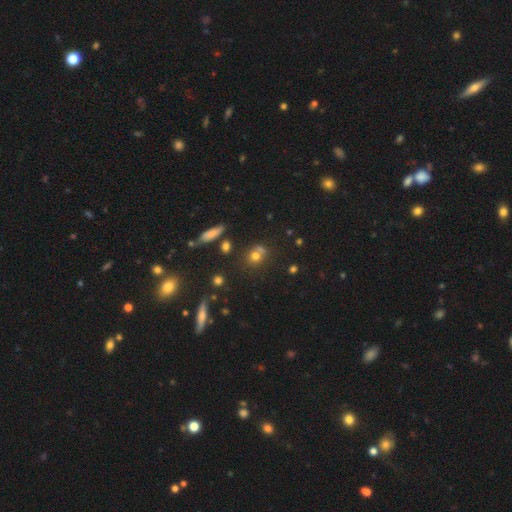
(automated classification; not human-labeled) This appears to be a smooth galaxy with no disk features (67%) that is round (75%). Merging: none (52%).